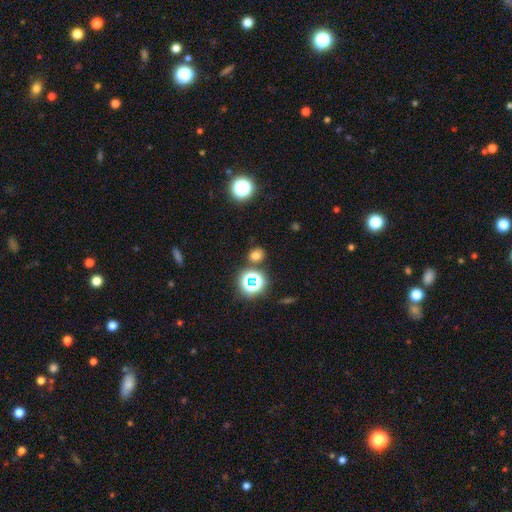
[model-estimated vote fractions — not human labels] The model was most divided on "how rounded": round: 65%, in between: 33%, cigar-shaped: 1%. More confident: merging — none (81%); smooth or featured — smooth (66%).